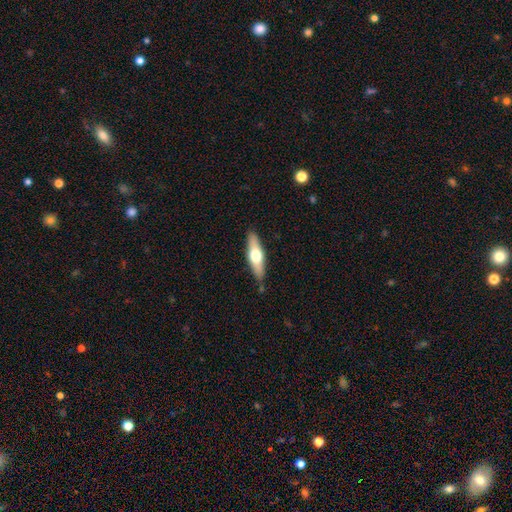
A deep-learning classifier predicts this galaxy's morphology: type=featured or disk (49%); merging=none (85%).